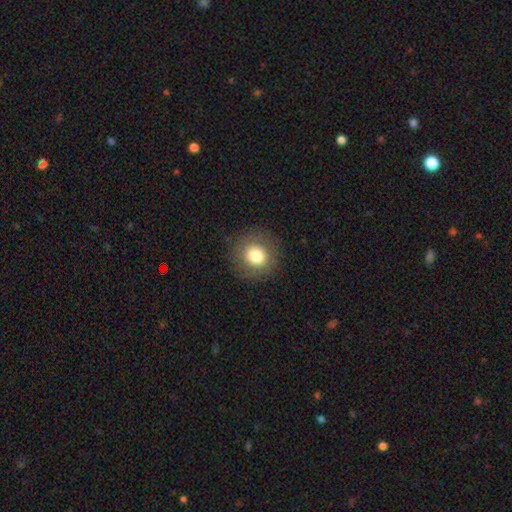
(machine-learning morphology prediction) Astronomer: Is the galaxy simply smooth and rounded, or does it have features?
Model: smooth — 77%.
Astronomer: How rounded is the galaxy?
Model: round — 93%.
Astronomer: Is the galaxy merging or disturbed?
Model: none — 88%.